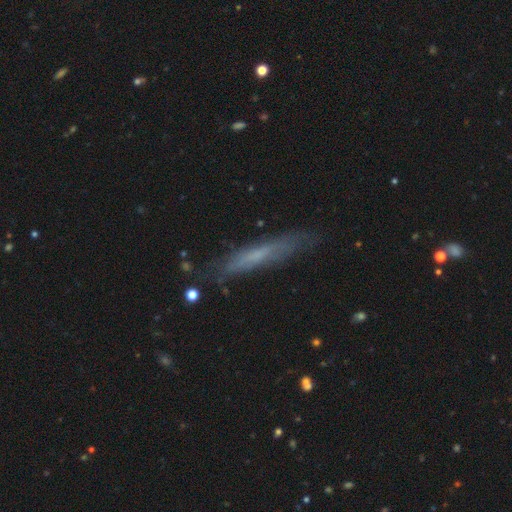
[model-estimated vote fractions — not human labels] smooth 49%, featured or disk 42%, star or artifact 9%. Down the decision tree: merging — none (76%).